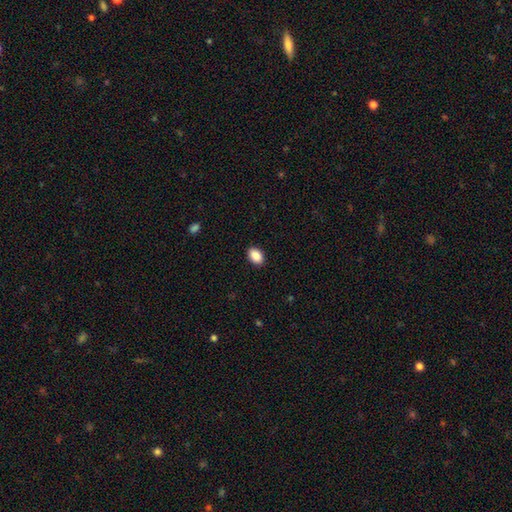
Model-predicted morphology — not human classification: smooth 90%, star or artifact 7%, featured or disk 3%. Down the decision tree: how rounded — in between (88%); merging — none (90%).